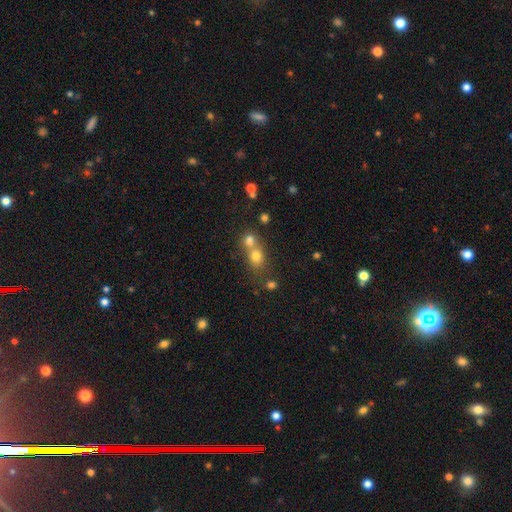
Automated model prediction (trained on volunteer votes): This is likely a smooth galaxy (70%). How rounded: likely round (66%). Merging: possibly merger (56%).